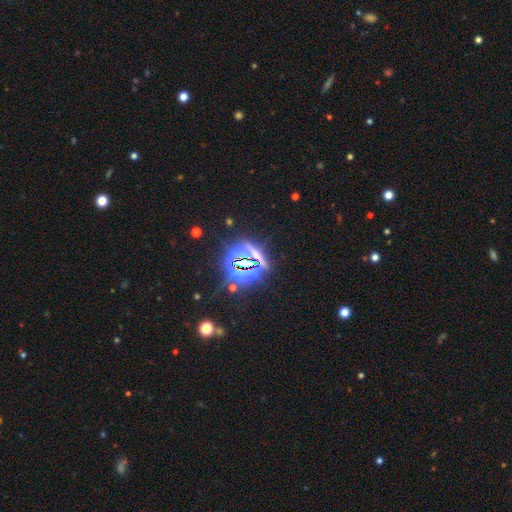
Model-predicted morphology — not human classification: smooth_or_featured: star or artifact (p=0.78) [alt: smooth p=0.13]